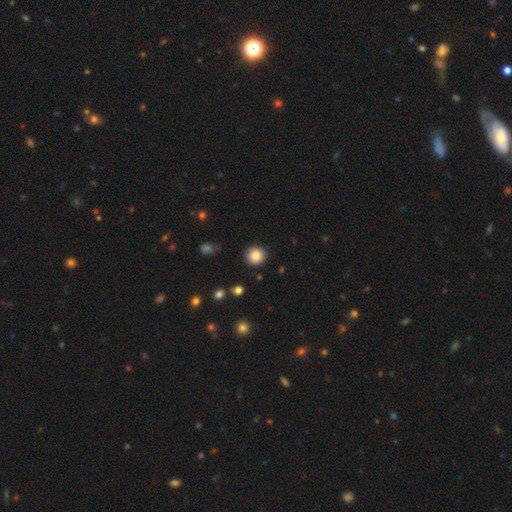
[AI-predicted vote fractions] Smooth or featured: smooth — 86% (star or artifact — 9%)
How rounded: round — 93% (in between — 6%)
Merging: none — 90% (minor disturbance — 7%)